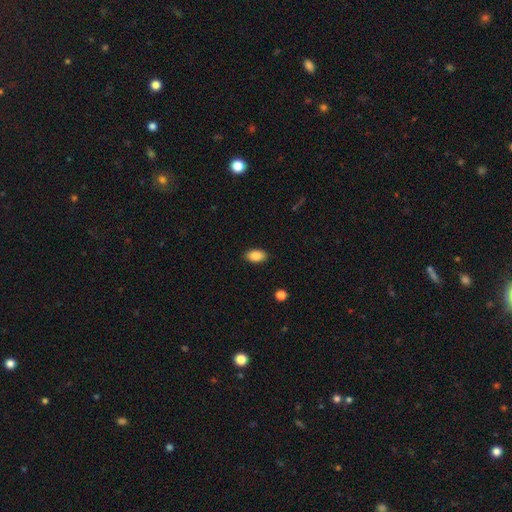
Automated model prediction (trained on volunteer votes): Q: Smooth or featured?
A: smooth (87%); runner-up: star or artifact (8%)
Q: How rounded?
A: in between (92%); runner-up: round (5%)
Q: Merging?
A: none (89%); runner-up: minor disturbance (8%)